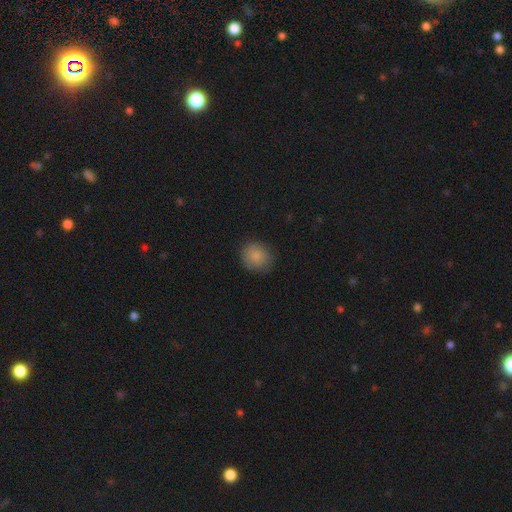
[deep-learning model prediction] Smooth or featured?
  - smooth: 85% *
  - star or artifact: 8%
  - featured or disk: 7%
How rounded?
  - round: 81% *
  - in between: 18%
  - cigar-shaped: 1%
Merging?
  - none: 81% *
  - minor disturbance: 14%
  - major disturbance: 4%
  - merger: 1%